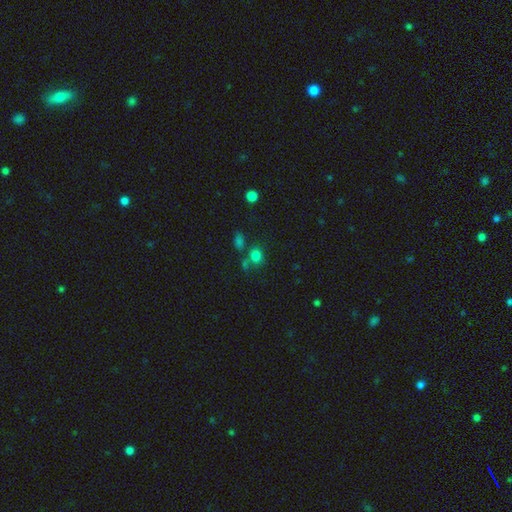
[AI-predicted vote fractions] Smooth or featured? smooth (77%)
How rounded? round (68%)
Merging? none (59%)